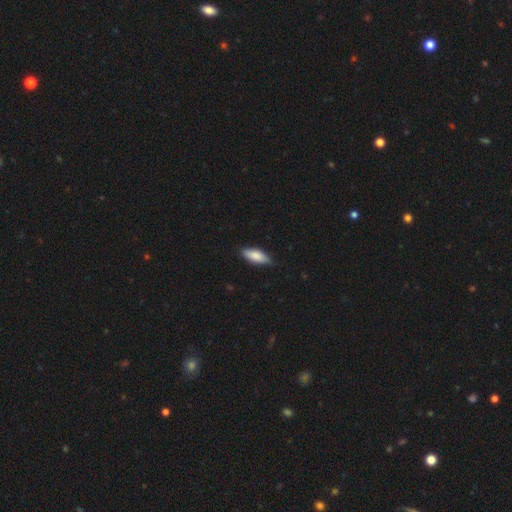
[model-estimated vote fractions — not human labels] Smooth or featured?
  - smooth: 83% *
  - featured or disk: 11%
  - star or artifact: 6%
How rounded?
  - in between: 73% *
  - cigar-shaped: 25%
  - round: 2%
Merging?
  - none: 82% *
  - minor disturbance: 15%
  - major disturbance: 2%
  - merger: 1%